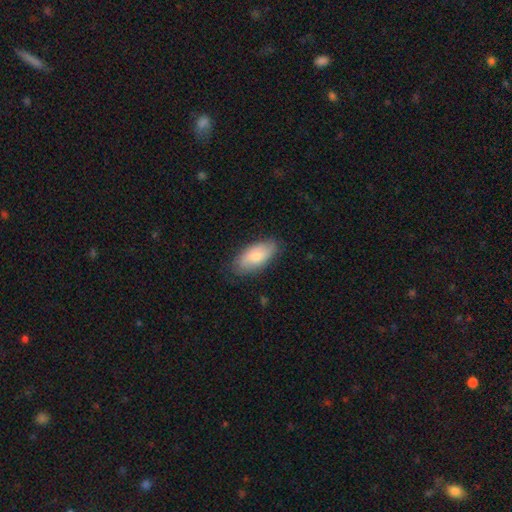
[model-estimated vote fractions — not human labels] smooth_or_featured: smooth (p=0.71) [alt: featured or disk p=0.23]
how_rounded: in between (p=0.90) [alt: cigar-shaped p=0.07]
merging: none (p=0.76) [alt: minor disturbance p=0.19]